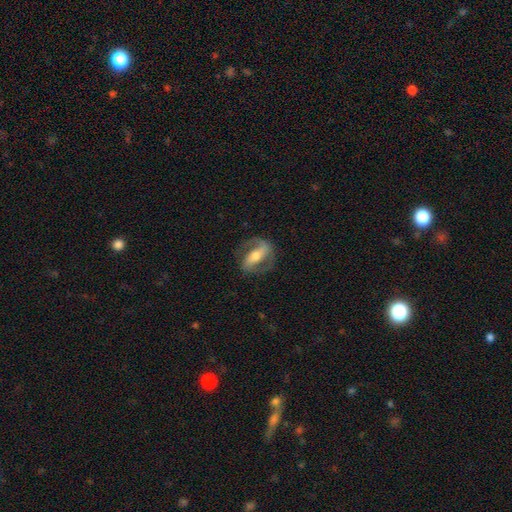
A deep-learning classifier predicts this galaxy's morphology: Smooth or featured? featured or disk (76%)
Edge-on disk? no (91%)
Bar? strong (58%)
Spiral arms? yes (86%)
Spiral winding? medium (46%)
Spiral arm count? 2 (86%)
Bulge size? moderate (61%)
Merging? none (75%)